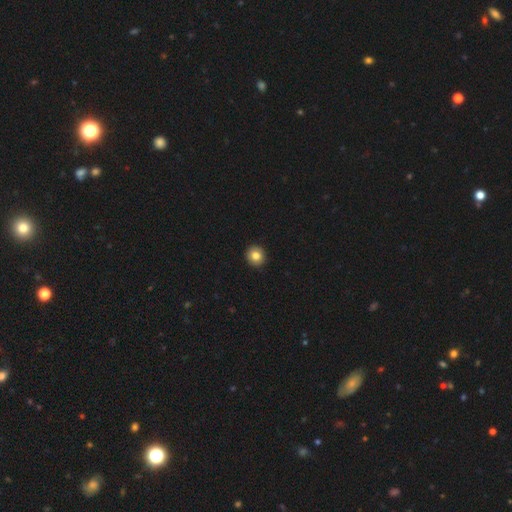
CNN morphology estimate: This appears to be a smooth galaxy with no disk features (83%) that is round (91%). Merging: none (92%).